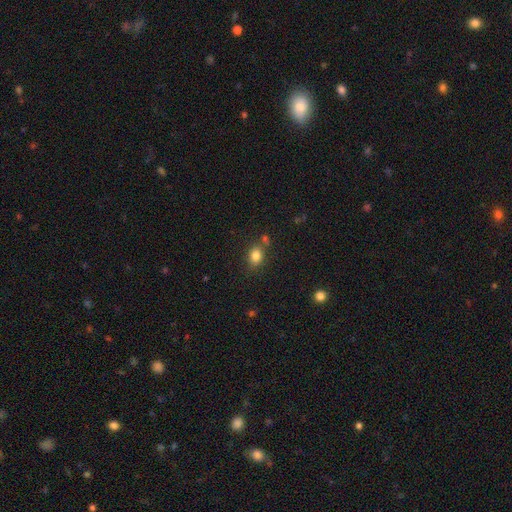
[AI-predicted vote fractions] Smooth or featured? smooth (82%)
How rounded? in between (57%)
Merging? none (72%)